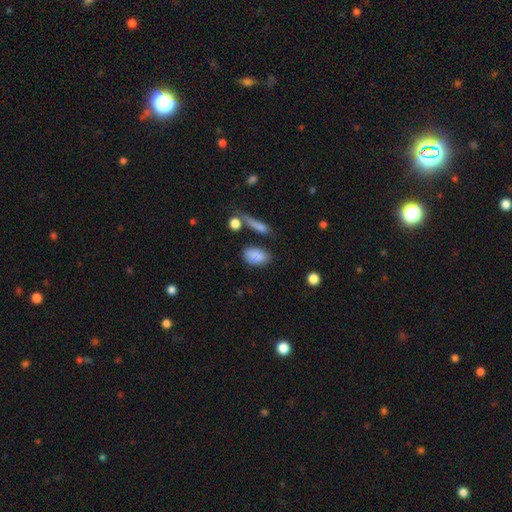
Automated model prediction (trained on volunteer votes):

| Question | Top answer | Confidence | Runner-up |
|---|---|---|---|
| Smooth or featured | smooth | 83% | featured or disk (9%) |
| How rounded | in between | 85% | round (11%) |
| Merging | none | 66% | minor disturbance (18%) |